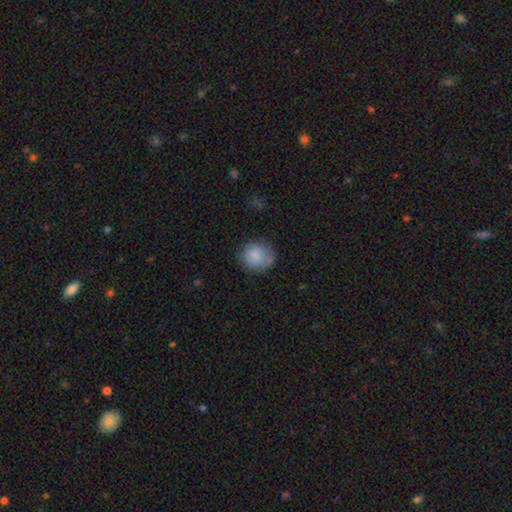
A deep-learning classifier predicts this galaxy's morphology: Smooth or featured? smooth (84%)
How rounded? round (83%)
Merging? none (72%)